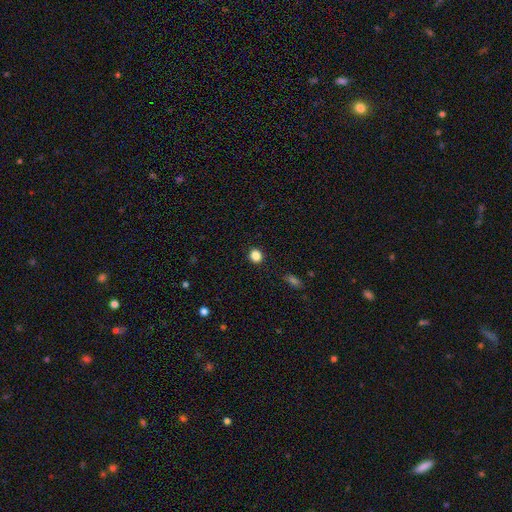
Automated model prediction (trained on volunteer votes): Morphology: type=smooth (86%); roundness=round (84%); merging=none (92%).